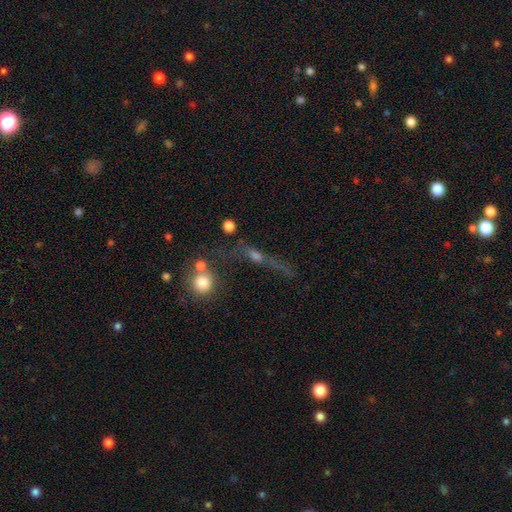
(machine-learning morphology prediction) A featured or disk galaxy (42%).

Vote fractions:
- Smooth or featured? featured or disk: 42% / smooth: 35% / star or artifact: 23%
- Merging? none: 41% / major disturbance: 27% / merger: 16% / minor disturbance: 16%